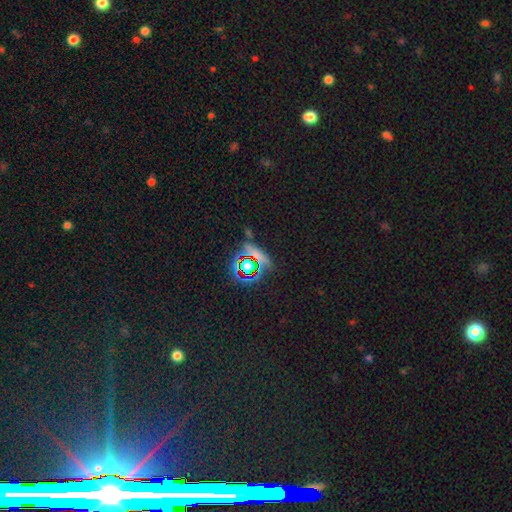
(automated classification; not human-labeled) Morphology: type=star or artifact (69%).